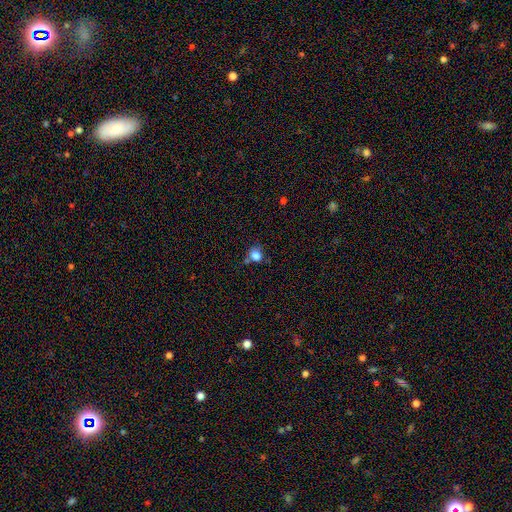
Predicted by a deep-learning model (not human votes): This is clearly a smooth galaxy (82%). How rounded: likely round (75%). Merging: likely none (61%).